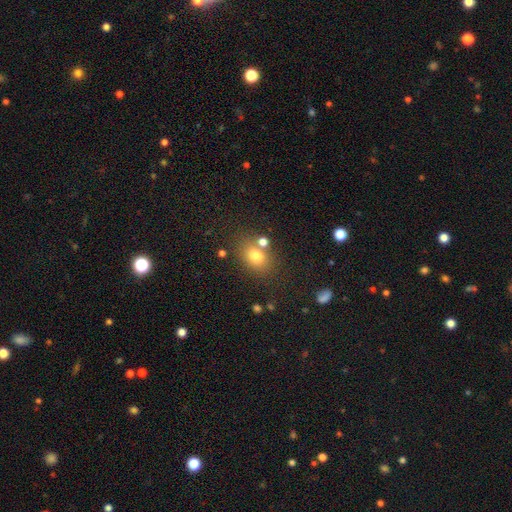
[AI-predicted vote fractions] smooth_or_featured: smooth (p=0.75) [alt: star or artifact p=0.13]
how_rounded: in between (p=0.61) [alt: round p=0.37]
merging: none (p=0.70) [alt: merger p=0.13]